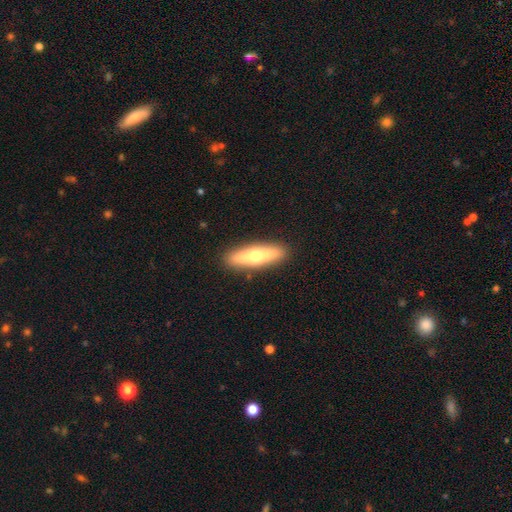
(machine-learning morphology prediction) smooth-or-featured: featured or disk: 48% | smooth: 47% | star or artifact: 6%
  merging: none: 90% | minor disturbance: 7% | major disturbance: 2% | merger: 1%